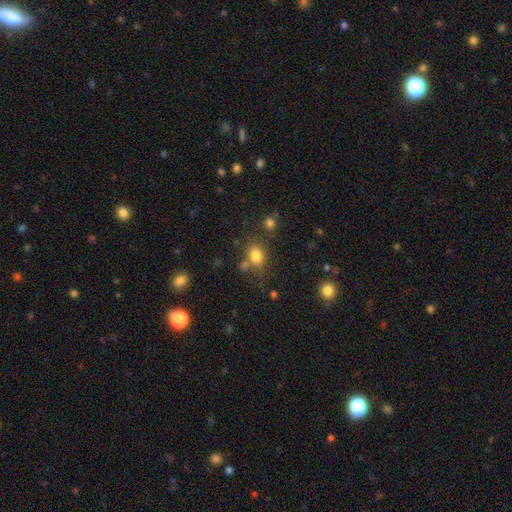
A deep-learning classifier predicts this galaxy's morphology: Smooth or featured: smooth — 80% (star or artifact — 12%)
How rounded: in between — 53% (round — 46%)
Merging: none — 64% (minor disturbance — 16%)